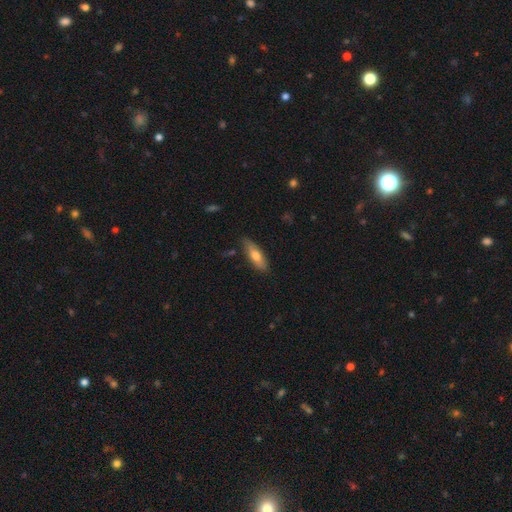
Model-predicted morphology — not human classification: type=smooth (68%); roundness=in between (54%); merging=none (79%).